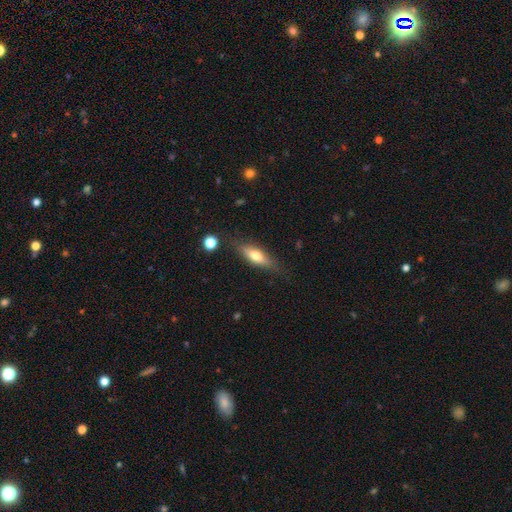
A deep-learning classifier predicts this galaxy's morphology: Smooth or featured: smooth — 59% (featured or disk — 34%)
How rounded: in between — 49% (cigar-shaped — 48%)
Merging: none — 77% (minor disturbance — 16%)